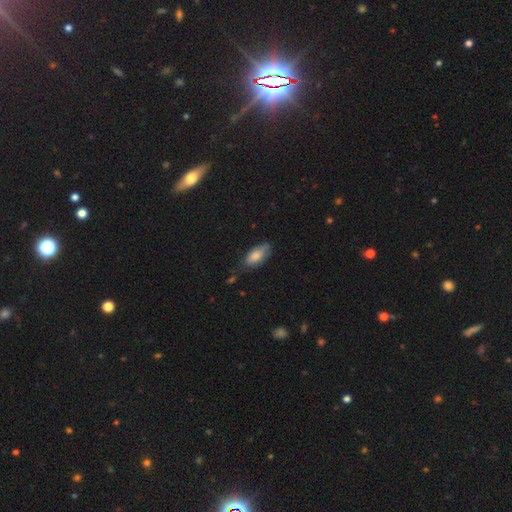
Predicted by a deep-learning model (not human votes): Overall: smooth (80%). How rounded: in between (86%). Merging: none (60%; minor disturbance 31%).